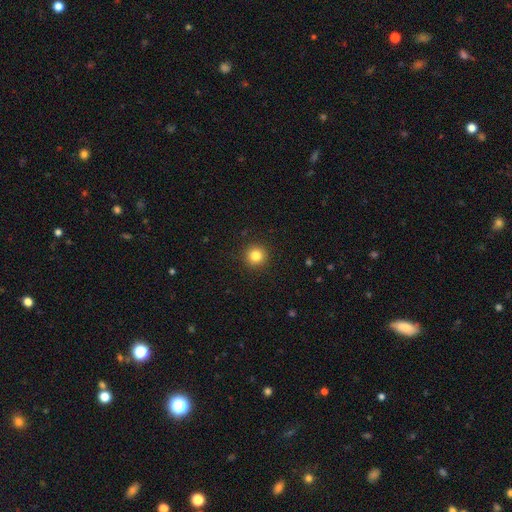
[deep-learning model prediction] Q: Smooth or featured?
A: smooth (83%); runner-up: star or artifact (12%)
Q: How rounded?
A: round (95%); runner-up: in between (4%)
Q: Merging?
A: none (92%); runner-up: minor disturbance (5%)